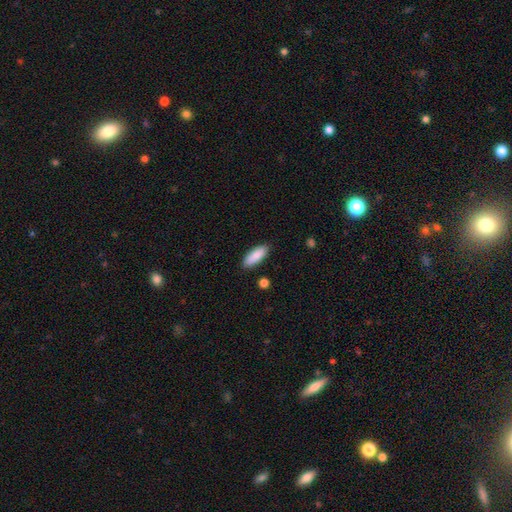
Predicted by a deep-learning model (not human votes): Smooth or featured? smooth (88%)
How rounded? in between (68%)
Merging? none (87%)